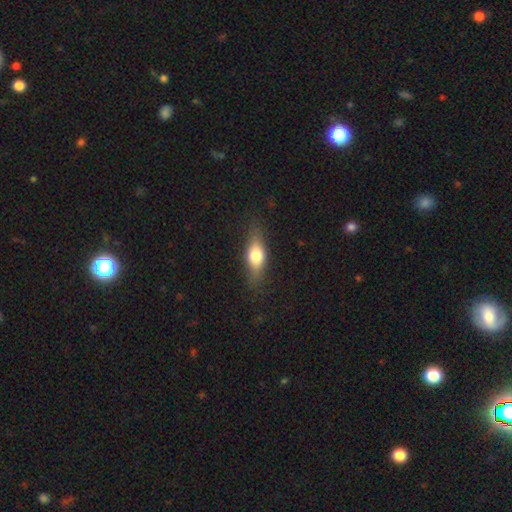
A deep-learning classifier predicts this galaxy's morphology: Smooth or featured: smooth — 66% (featured or disk — 27%)
How rounded: in between — 67% (cigar-shaped — 25%)
Merging: none — 78% (minor disturbance — 16%)